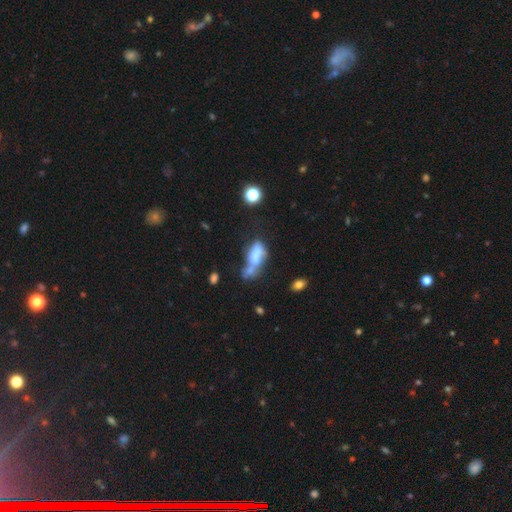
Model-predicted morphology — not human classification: The model was most divided on "smooth or featured": smooth: 55%, featured or disk: 33%, star or artifact: 12%. More confident: how rounded — in between (78%); merging — merger (51%).